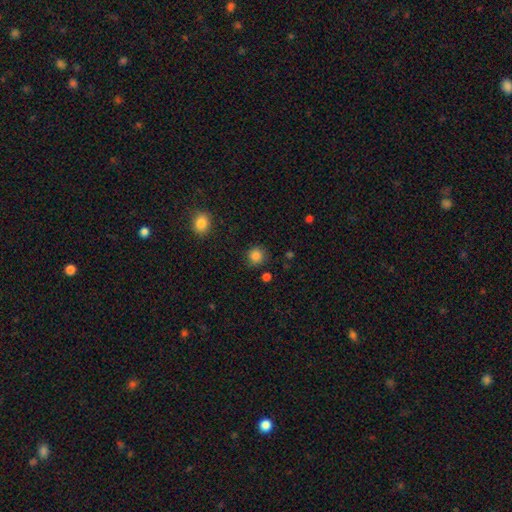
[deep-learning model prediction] This is clearly a smooth galaxy (85%). How rounded: clearly round (90%). Merging: clearly none (83%).